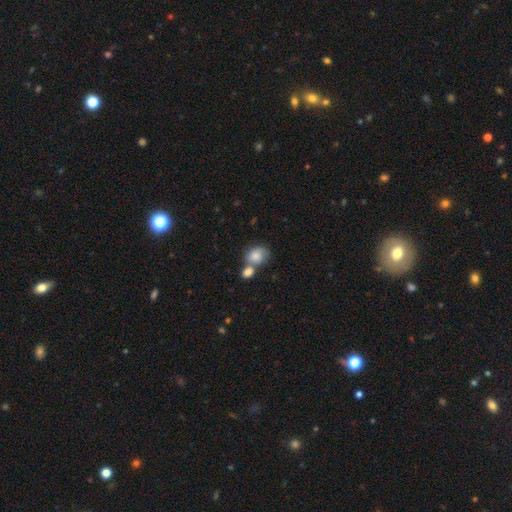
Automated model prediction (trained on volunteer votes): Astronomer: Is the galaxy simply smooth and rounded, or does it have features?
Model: smooth — 81%.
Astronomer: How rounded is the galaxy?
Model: round — 51% (runner-up: in between, 48%).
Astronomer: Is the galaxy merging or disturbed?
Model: merger — 51% (runner-up: none, 31%).